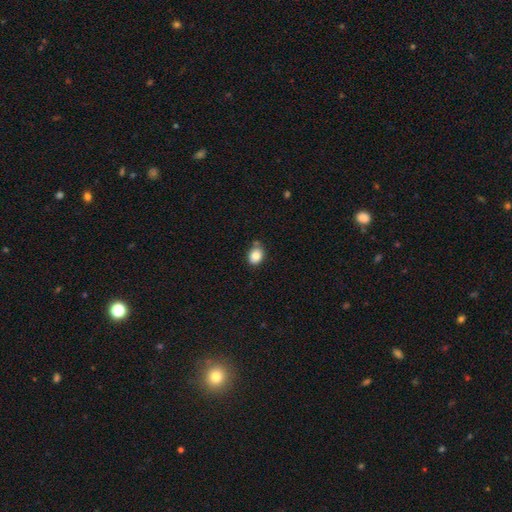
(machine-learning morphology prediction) Smooth or featured: smooth — 84% (star or artifact — 9%)
How rounded: in between — 50% (round — 49%)
Merging: none — 71% (minor disturbance — 19%)